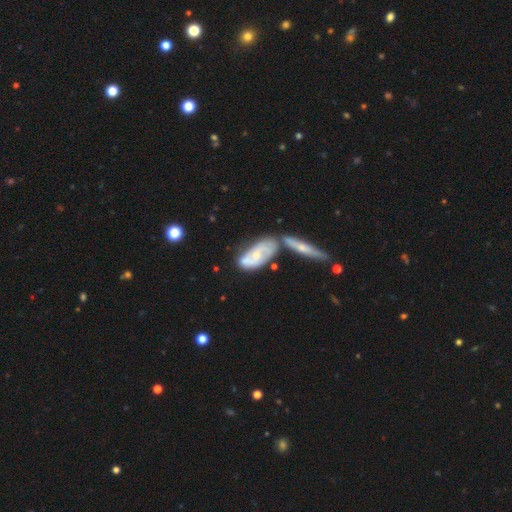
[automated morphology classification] smooth-or-featured: featured or disk: 61% | smooth: 33% | star or artifact: 6%
  disk-edge-on: no: 85% | yes: 15%
    bar: no: 67% | weak: 26% | strong: 7%
    has-spiral-arms: yes: 73% | no: 27%
    bulge-size: small: 60% | moderate: 34% | none: 3% | large: 2% | dominant: 1%
  merging: none: 41% | merger: 34% | minor disturbance: 18% | major disturbance: 7%